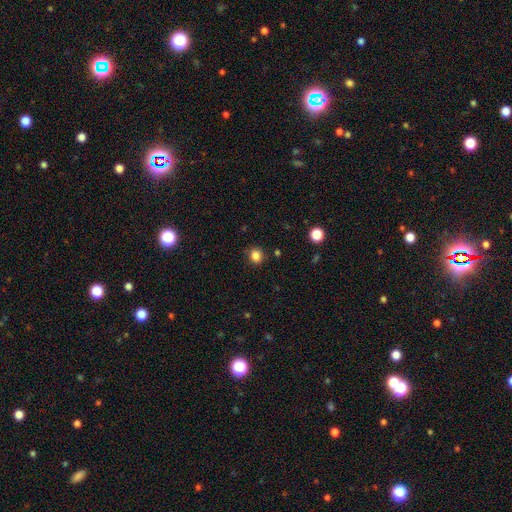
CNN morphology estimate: The model was most divided on "how rounded": round: 83%, in between: 16%, cigar-shaped: 1%. More confident: merging — none (87%); smooth or featured — smooth (84%).